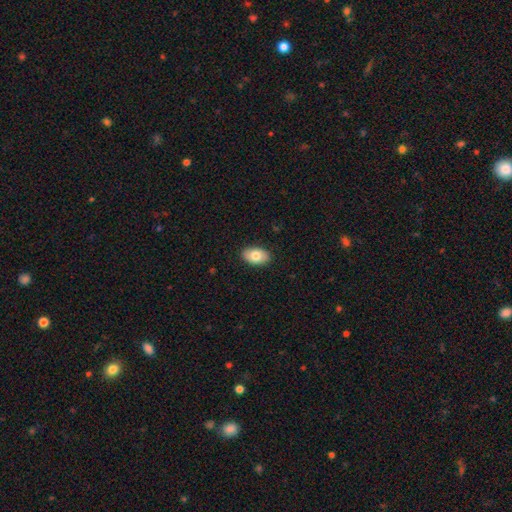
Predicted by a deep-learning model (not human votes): Smooth or featured?
  - smooth: 81% *
  - featured or disk: 13%
  - star or artifact: 7%
How rounded?
  - in between: 91% *
  - round: 8%
  - cigar-shaped: 1%
Merging?
  - none: 89% *
  - minor disturbance: 8%
  - major disturbance: 2%
  - merger: 1%